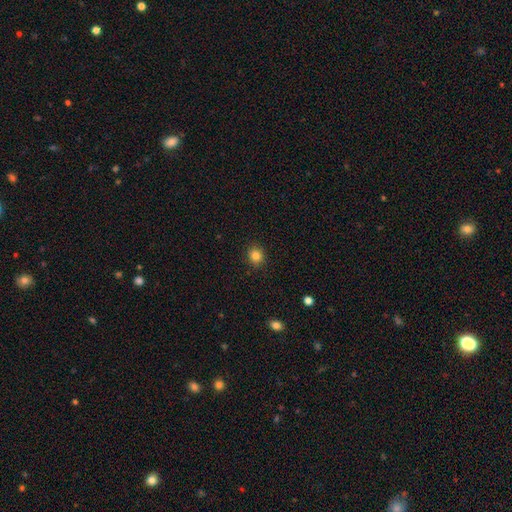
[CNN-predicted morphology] A smooth galaxy with no disk features (84%) that is round (85%). Merging: none (91%).